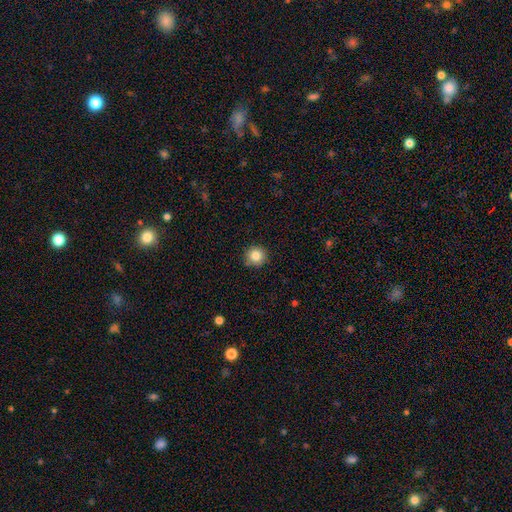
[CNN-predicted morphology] This is clearly a smooth galaxy (84%). How rounded: clearly round (95%). Merging: clearly none (90%).